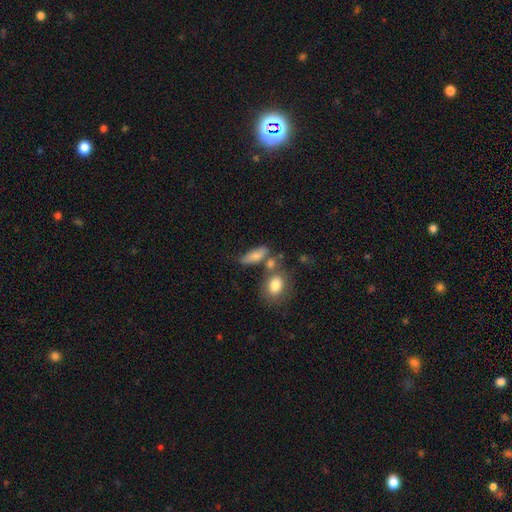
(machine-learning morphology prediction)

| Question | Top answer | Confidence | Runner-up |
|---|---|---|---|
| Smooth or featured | smooth | 75% | featured or disk (16%) |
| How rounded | in between | 65% | cigar-shaped (25%) |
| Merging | none | 50% | merger (24%) |